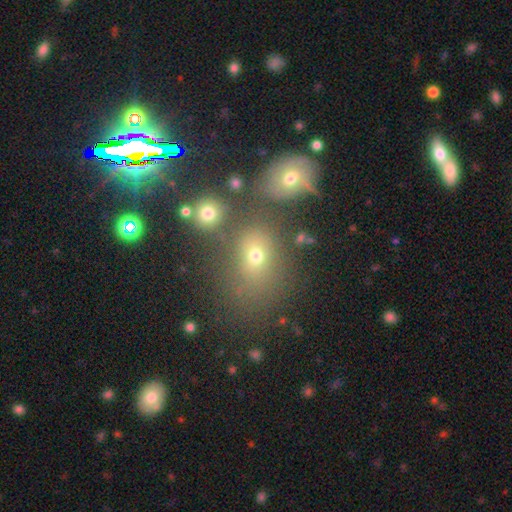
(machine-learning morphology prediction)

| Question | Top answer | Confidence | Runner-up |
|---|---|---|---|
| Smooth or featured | smooth | 62% | star or artifact (23%) |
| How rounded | in between | 56% | round (42%) |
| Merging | none | 56% | merger (23%) |